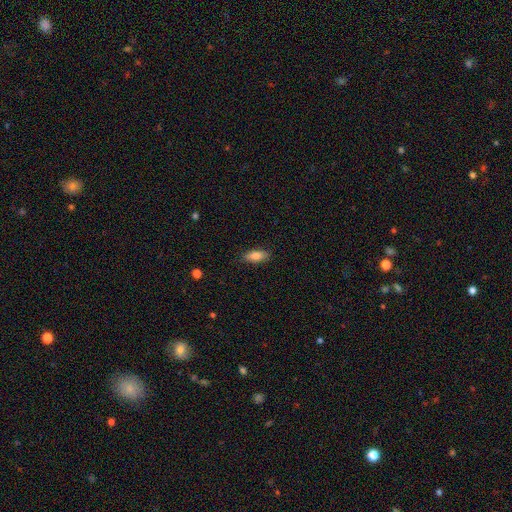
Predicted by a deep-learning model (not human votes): smooth-or-featured: smooth: 82% | featured or disk: 11% | star or artifact: 7%
  how-rounded: in between: 81% | cigar-shaped: 16% | round: 3%
  merging: none: 86% | minor disturbance: 11% | major disturbance: 2% | merger: 1%